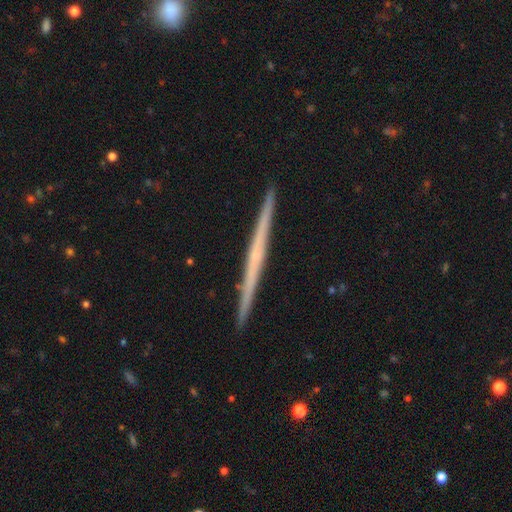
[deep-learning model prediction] A featured or disk galaxy (70%) viewed edge-on (98%) with no central bulge (77%). Merging: none (93%).